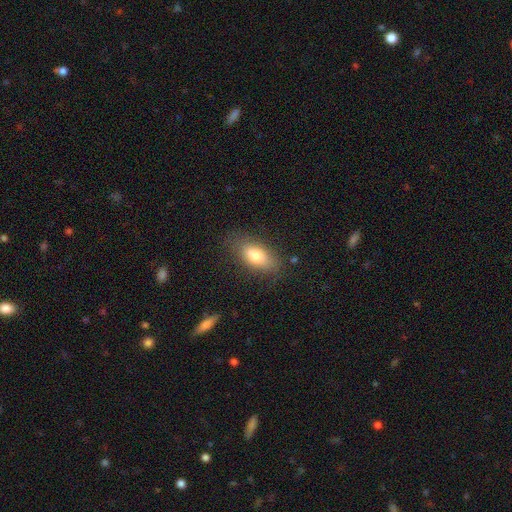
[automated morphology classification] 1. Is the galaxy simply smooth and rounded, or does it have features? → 77% smooth, 15% featured or disk, 8% star or artifact.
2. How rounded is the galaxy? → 82% in between, 13% cigar-shaped, 4% round.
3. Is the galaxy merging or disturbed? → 77% none, 16% minor disturbance, 5% major disturbance, 2% merger.